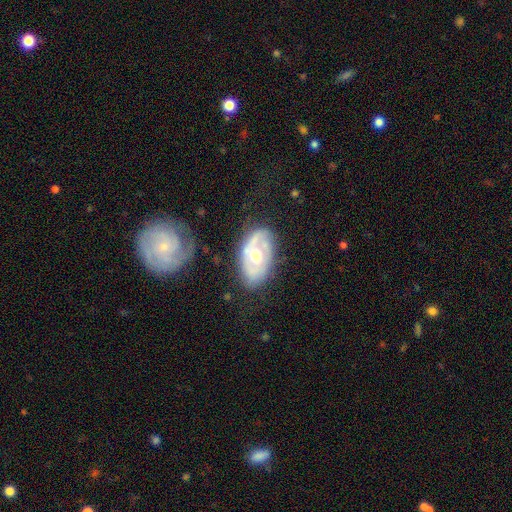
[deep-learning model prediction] Smooth or featured: featured or disk — 72% (smooth — 23%)
Edge-on disk: no — 93% (yes — 7%)
Bar: no — 71% (weak — 22%)
Spiral arms: yes — 59% (no — 41%)
Bulge size: moderate — 71% (large — 18%)
Merging: none — 65% (minor disturbance — 23%)